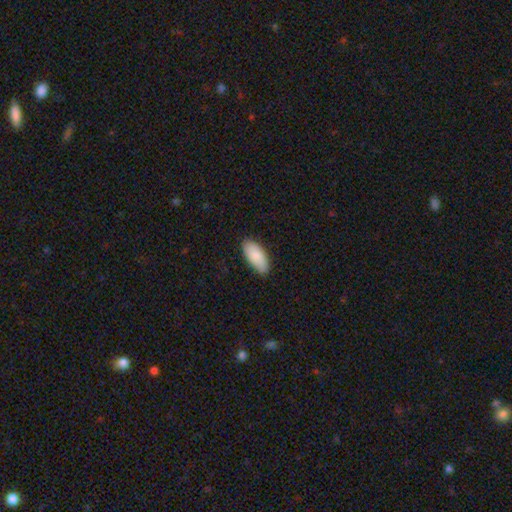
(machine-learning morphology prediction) A smooth galaxy with no disk features (87%) that is in between round and cigar-shaped (90%).

Vote fractions:
- Smooth or featured? smooth: 87% / featured or disk: 7% / star or artifact: 6%
- How rounded? in between: 90% / cigar-shaped: 8% / round: 2%
- Merging? none: 85% / minor disturbance: 12% / major disturbance: 2% / merger: 1%